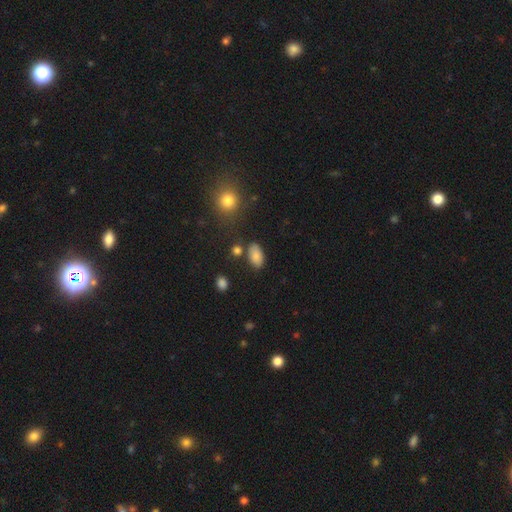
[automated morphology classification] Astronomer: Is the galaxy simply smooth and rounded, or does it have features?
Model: smooth — 85%.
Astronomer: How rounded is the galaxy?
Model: in between — 92%.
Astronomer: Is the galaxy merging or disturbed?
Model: none — 77%.